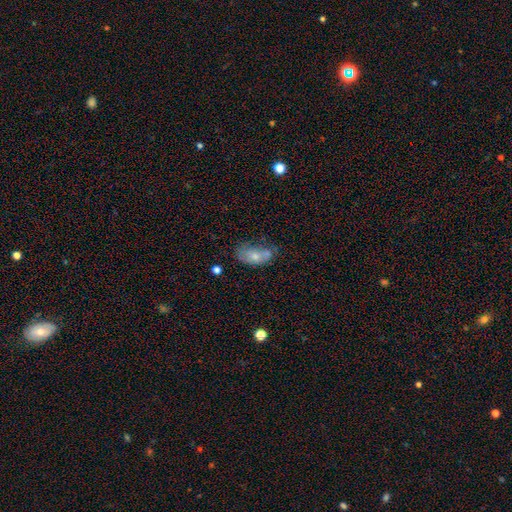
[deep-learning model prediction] A smooth galaxy with no disk features (67%) that is in between round and cigar-shaped (89%).

Vote fractions:
- Smooth or featured? smooth: 67% / featured or disk: 24% / star or artifact: 9%
- How rounded? in between: 89% / round: 6% / cigar-shaped: 5%
- Merging? none: 37% / minor disturbance: 30% / merger: 17% / major disturbance: 16%